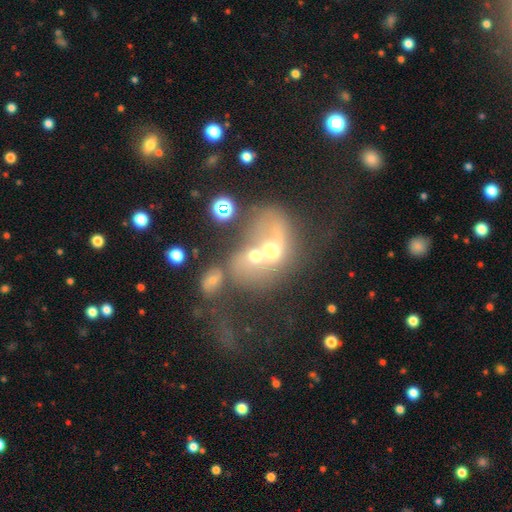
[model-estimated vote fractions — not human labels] This is possibly a smooth galaxy (48%). Merging: likely merger (76%).